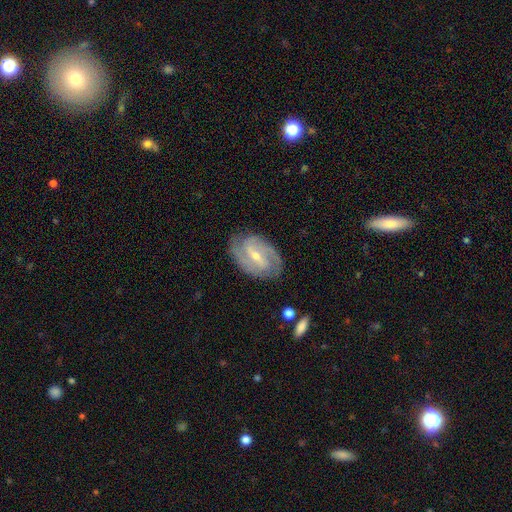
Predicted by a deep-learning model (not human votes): smooth-or-featured: featured or disk: 87% | smooth: 8% | star or artifact: 5%
  disk-edge-on: no: 96% | yes: 4%
    bar: strong: 46% | weak: 40% | no: 14%
    has-spiral-arms: yes: 96% | no: 4%
      spiral-winding: tight: 45% | medium: 43% | loose: 12%
      spiral-arm-count: 2: 76% | 3: 10% | can't tell: 8% | 4: 2% | 1: 2% | more than 4: 2%
    bulge-size: small: 62% | moderate: 35% | none: 1% | large: 1% | dominant: 1%
  merging: none: 81% | minor disturbance: 14% | major disturbance: 4% | merger: 1%